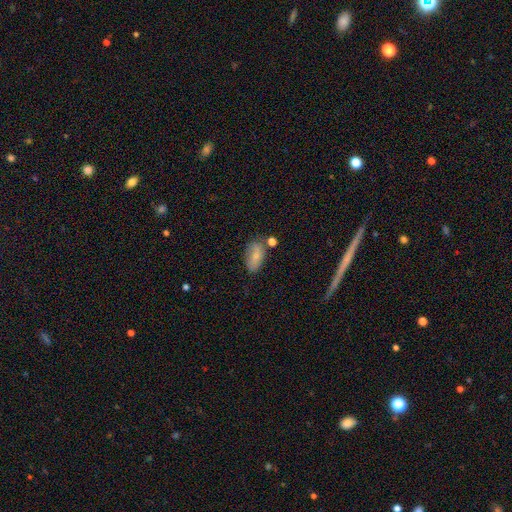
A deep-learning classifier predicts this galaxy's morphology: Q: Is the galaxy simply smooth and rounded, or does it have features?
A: smooth — 73%.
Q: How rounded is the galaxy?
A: in between — 91%.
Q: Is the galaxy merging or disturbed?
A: none — 70%.